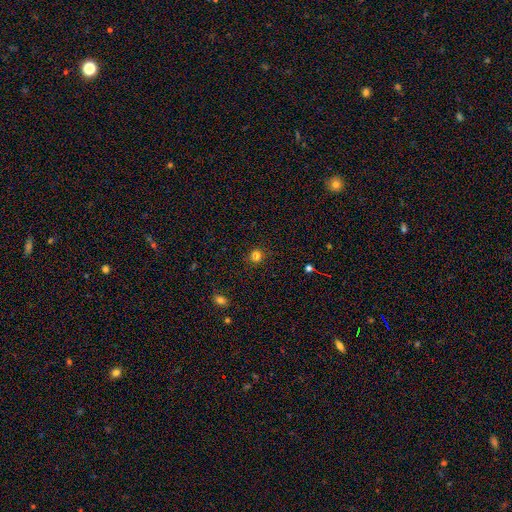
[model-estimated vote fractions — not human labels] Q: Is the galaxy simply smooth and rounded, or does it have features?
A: smooth — 80%.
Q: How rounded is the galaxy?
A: round — 92%.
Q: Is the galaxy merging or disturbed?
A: none — 90%.